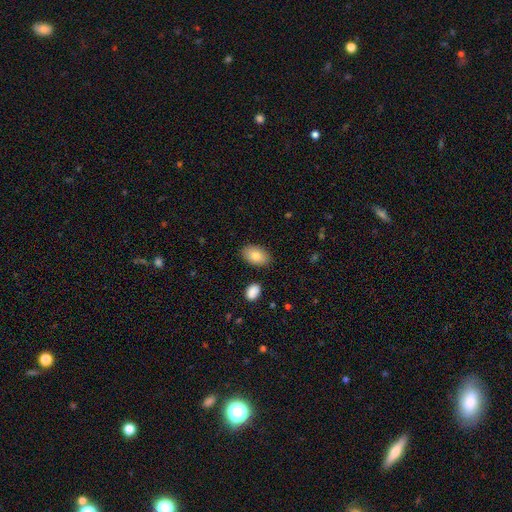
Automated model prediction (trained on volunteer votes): Smooth or featured? smooth (83%)
How rounded? in between (92%)
Merging? none (85%)